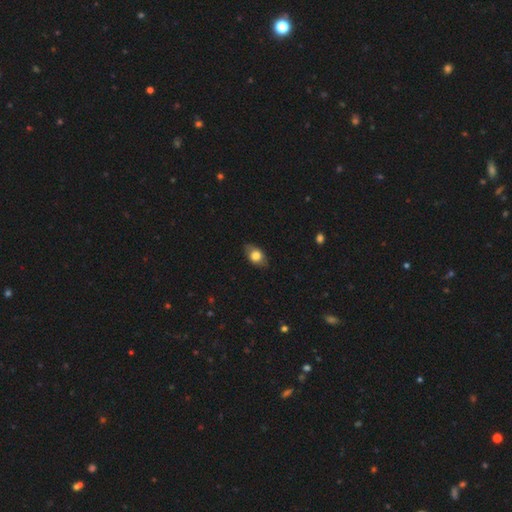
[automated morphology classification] This is likely a smooth galaxy (76%). How rounded: clearly in between (81%). Merging: likely none (79%).